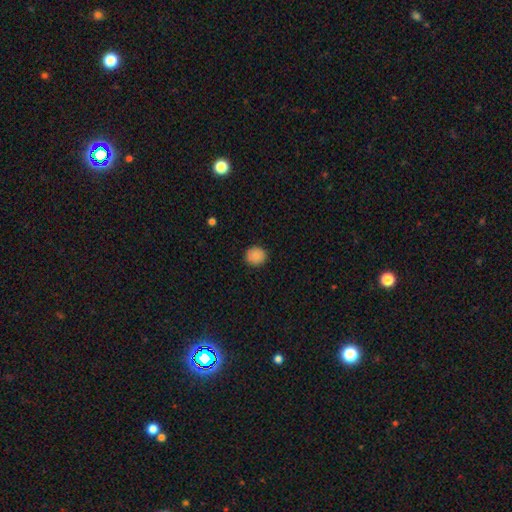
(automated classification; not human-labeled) Q: Smooth or featured?
A: smooth (89%); runner-up: star or artifact (9%)
Q: How rounded?
A: round (91%); runner-up: in between (8%)
Q: Merging?
A: none (91%); runner-up: minor disturbance (6%)